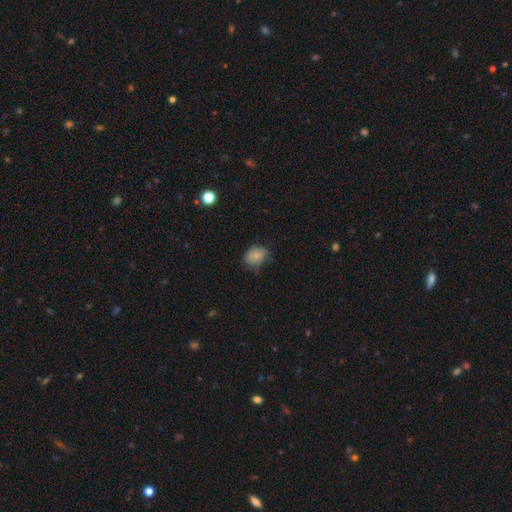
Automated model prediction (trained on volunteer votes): Smooth or featured?
  - smooth: 80% *
  - featured or disk: 10%
  - star or artifact: 10%
How rounded?
  - in between: 67% *
  - round: 31%
  - cigar-shaped: 1%
Merging?
  - none: 54% *
  - minor disturbance: 35%
  - major disturbance: 10%
  - merger: 2%